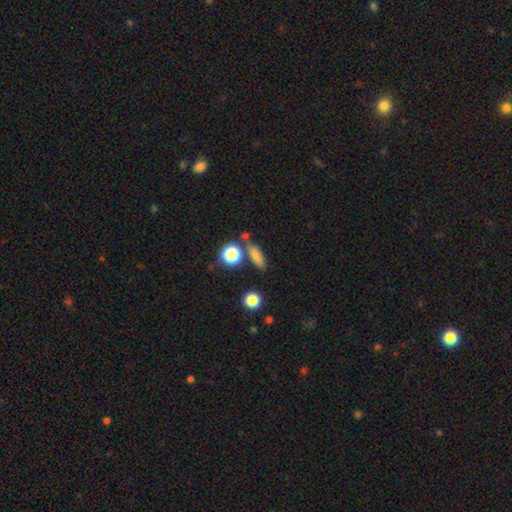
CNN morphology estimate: Q: Smooth or featured?
A: smooth (75%); runner-up: star or artifact (14%)
Q: How rounded?
A: cigar-shaped (47%); runner-up: in between (36%)
Q: Merging?
A: none (75%); runner-up: minor disturbance (11%)